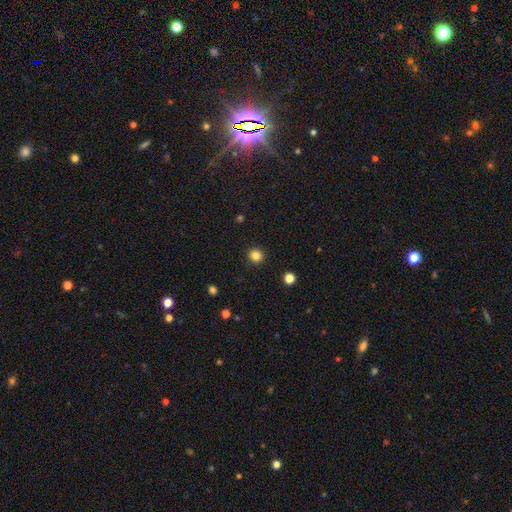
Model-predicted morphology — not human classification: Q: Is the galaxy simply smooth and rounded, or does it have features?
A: smooth — 84%.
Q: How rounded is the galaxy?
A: round — 91%.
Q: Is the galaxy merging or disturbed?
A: none — 92%.